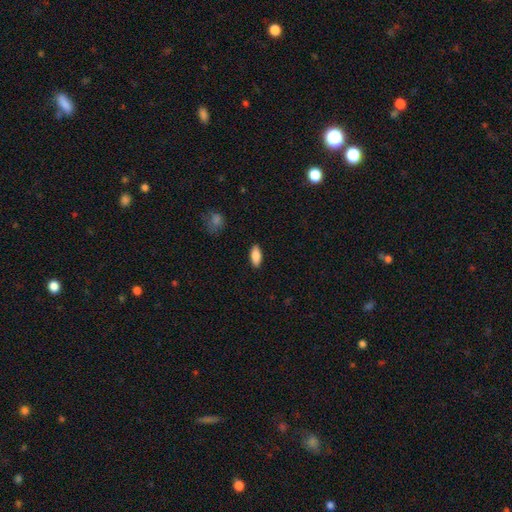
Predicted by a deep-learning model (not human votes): smooth_or_featured: smooth (p=0.84) [alt: featured or disk p=0.10]
how_rounded: in between (p=0.84) [alt: cigar-shaped p=0.13]
merging: none (p=0.88) [alt: minor disturbance p=0.09]